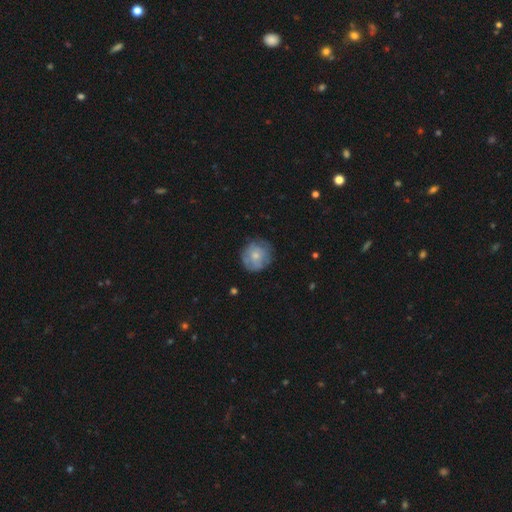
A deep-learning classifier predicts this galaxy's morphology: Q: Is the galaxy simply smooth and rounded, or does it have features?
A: smooth — 60%.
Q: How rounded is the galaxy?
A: round — 89%.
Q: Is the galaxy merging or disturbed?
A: none — 73%.